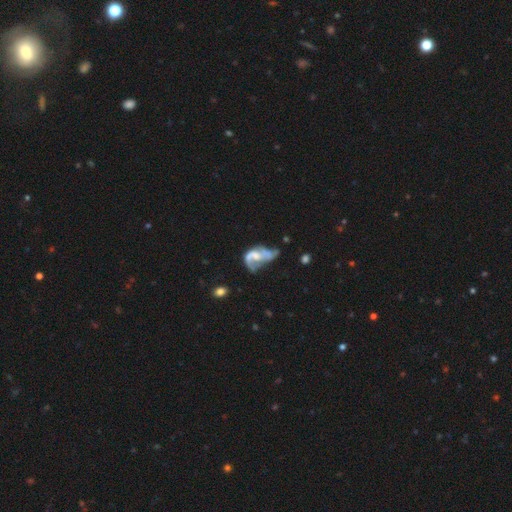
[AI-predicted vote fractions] Smooth or featured: featured or disk — 71% (smooth — 21%)
Edge-on disk: no — 97% (yes — 3%)
Bar: no — 58% (weak — 33%)
Spiral arms: yes — 71% (no — 29%)
Bulge size: moderate — 35% (small — 32%)
Merging: major disturbance — 41% (none — 21%)